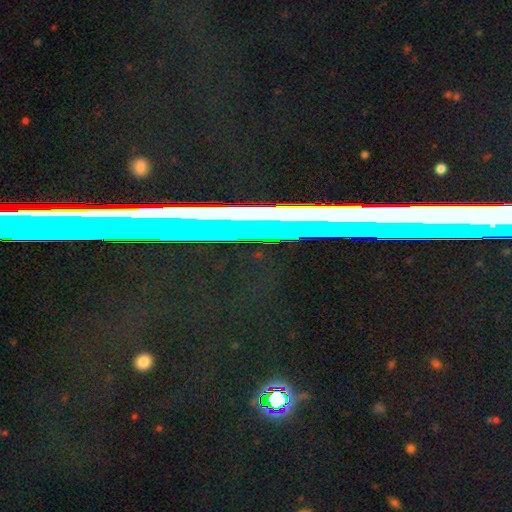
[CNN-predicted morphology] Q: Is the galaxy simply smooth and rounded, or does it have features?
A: star or artifact — 61%.